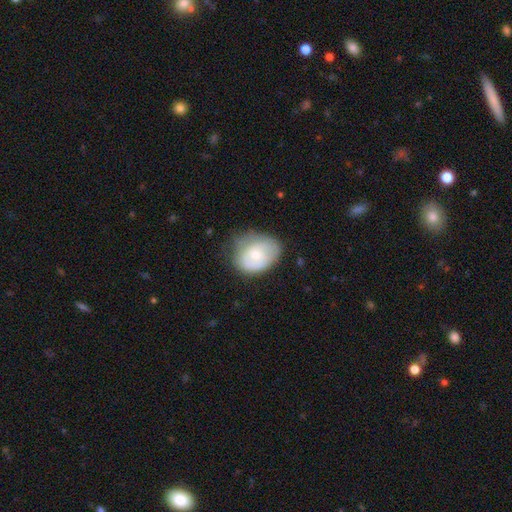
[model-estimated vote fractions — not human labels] Smooth or featured?
  - smooth: 57% *
  - featured or disk: 36%
  - star or artifact: 7%
How rounded?
  - in between: 55% *
  - round: 44%
  - cigar-shaped: 1%
Merging?
  - none: 52% *
  - minor disturbance: 33%
  - major disturbance: 13%
  - merger: 2%